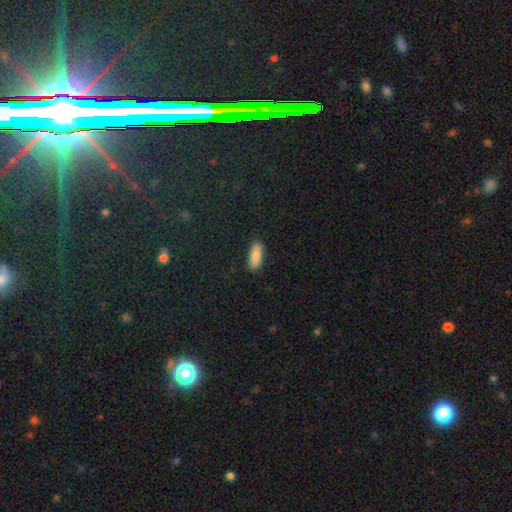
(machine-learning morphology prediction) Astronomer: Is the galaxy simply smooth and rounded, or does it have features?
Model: smooth — 85%.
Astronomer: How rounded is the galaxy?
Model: in between — 62%.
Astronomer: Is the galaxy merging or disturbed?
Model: none — 88%.